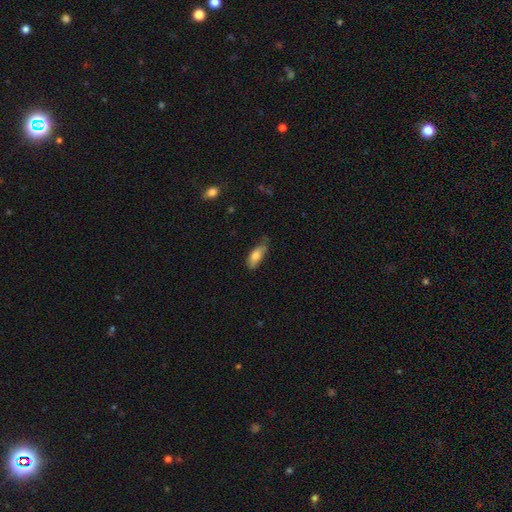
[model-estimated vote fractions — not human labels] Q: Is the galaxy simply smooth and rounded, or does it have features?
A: smooth — 76%.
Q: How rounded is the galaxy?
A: in between — 71%.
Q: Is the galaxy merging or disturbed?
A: none — 55%.